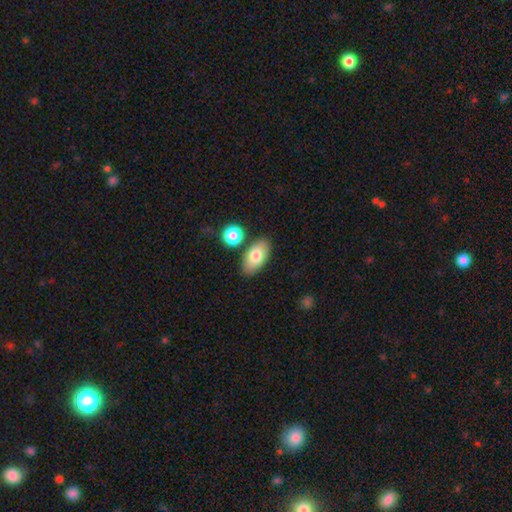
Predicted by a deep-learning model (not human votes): smooth 79%, featured or disk 15%, star or artifact 7%. Down the decision tree: how rounded — in between (93%); merging — none (77%).